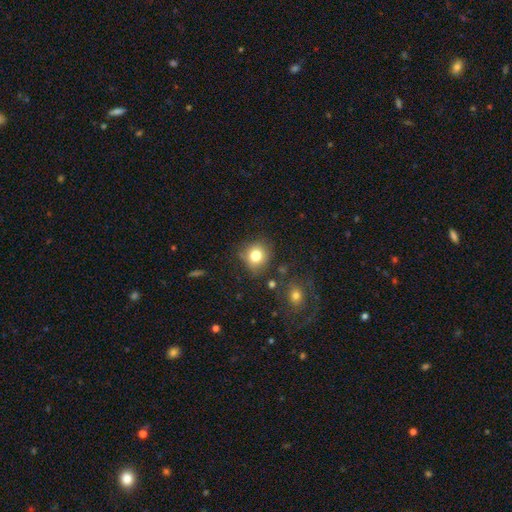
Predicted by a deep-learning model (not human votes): Smooth or featured? smooth (80%)
How rounded? round (84%)
Merging? none (76%)